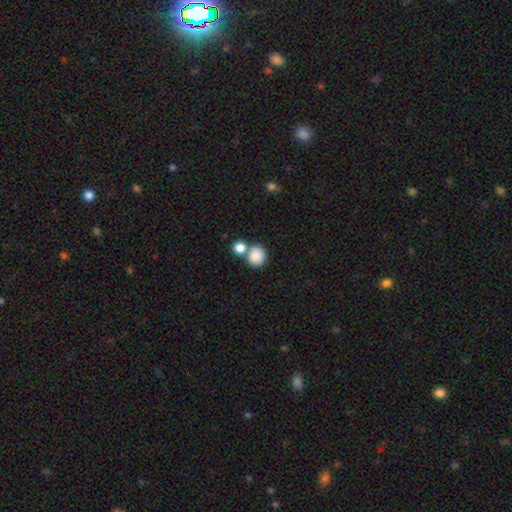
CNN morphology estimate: Smooth or featured? Predicted: smooth (p=0.86). How rounded? Predicted: round (p=0.79). Merging? Predicted: none (p=0.49).